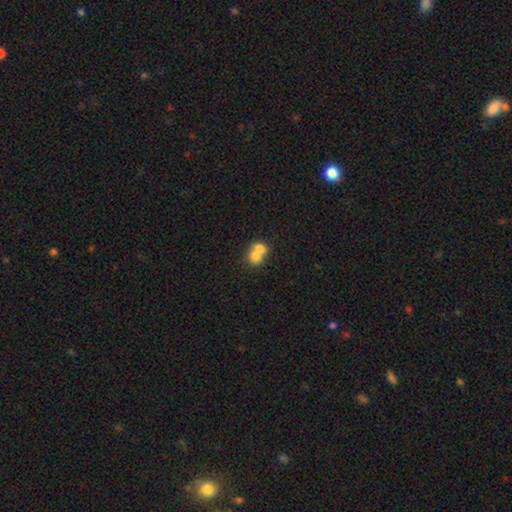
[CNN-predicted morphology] The model was most divided on "how rounded": round: 63%, in between: 36%, cigar-shaped: 1%. More confident: smooth or featured — smooth (72%); merging — merger (71%).